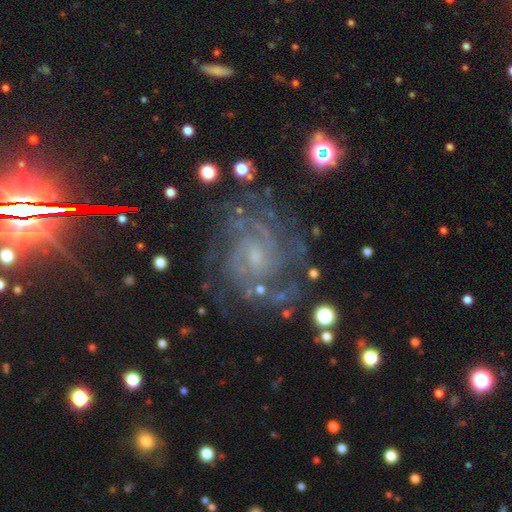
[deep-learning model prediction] Smooth or featured: featured or disk — 81% (star or artifact — 12%)
Edge-on disk: no — 97% (yes — 3%)
Bar: no — 55% (weak — 36%)
Spiral arms: yes — 97% (no — 3%)
Spiral winding: tight — 67% (medium — 28%)
Spiral arm count: can't tell — 32% (2 — 20%)
Bulge size: small — 68% (moderate — 19%)
Merging: none — 76% (minor disturbance — 14%)